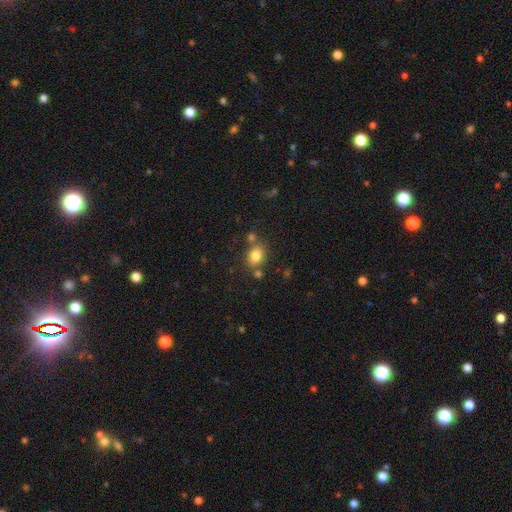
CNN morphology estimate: A smooth galaxy with no disk features (81%) that is in between round and cigar-shaped (65%).

Vote fractions:
- Smooth or featured? smooth: 81% / star or artifact: 11% / featured or disk: 8%
- How rounded? in between: 65% / round: 33% / cigar-shaped: 1%
- Merging? none: 68% / merger: 14% / minor disturbance: 13% / major disturbance: 4%